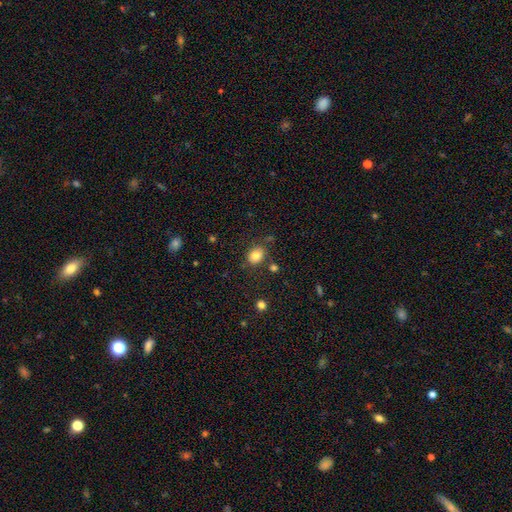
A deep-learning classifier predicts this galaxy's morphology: Smooth or featured: smooth — 82% (star or artifact — 11%)
How rounded: in between — 53% (round — 46%)
Merging: none — 77% (minor disturbance — 14%)